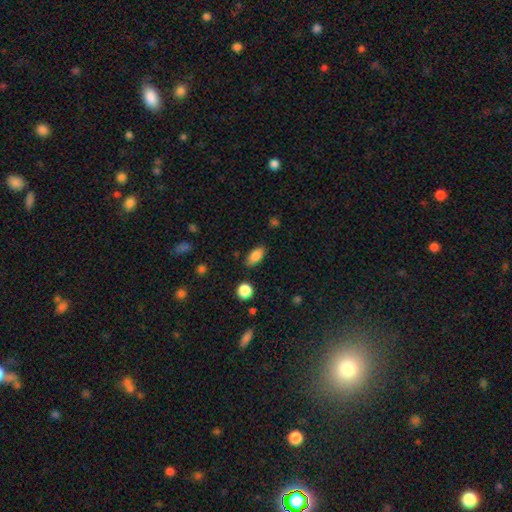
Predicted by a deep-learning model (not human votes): Morphology: type=smooth (84%); roundness=in between (88%); merging=none (85%).